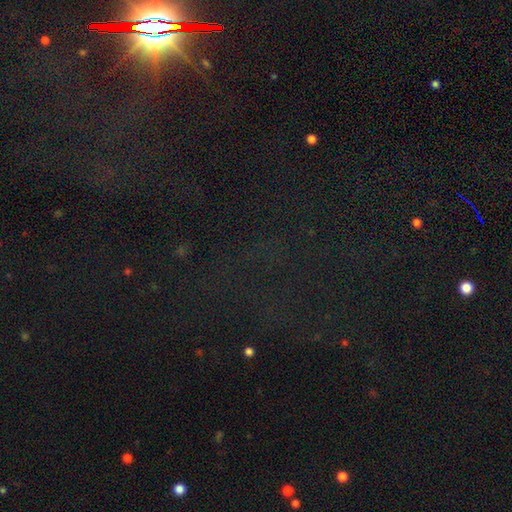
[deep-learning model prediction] This is clearly a star or artifact rather than a galaxy (81%).